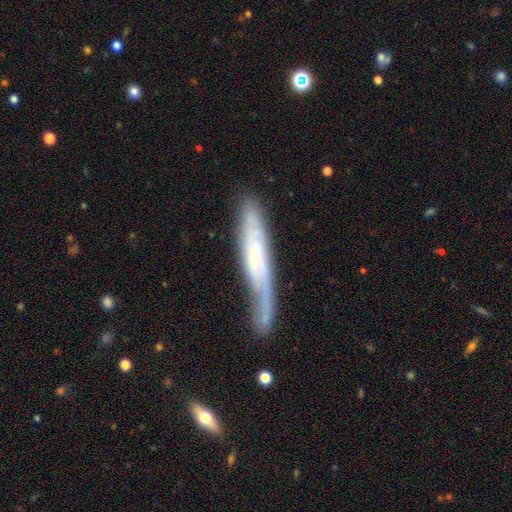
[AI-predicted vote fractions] Morphology: type=featured or disk (61%); edge-on=yes (60%); merging=none (54%).